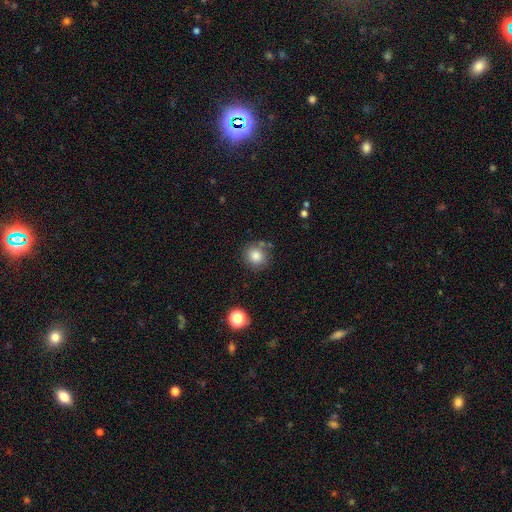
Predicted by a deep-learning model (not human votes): A smooth galaxy with no disk features (83%) that is round (88%).

Vote fractions:
- Smooth or featured? smooth: 83% / star or artifact: 11% / featured or disk: 6%
- How rounded? round: 88% / in between: 11% / cigar-shaped: 1%
- Merging? none: 77% / minor disturbance: 12% / merger: 7% / major disturbance: 4%